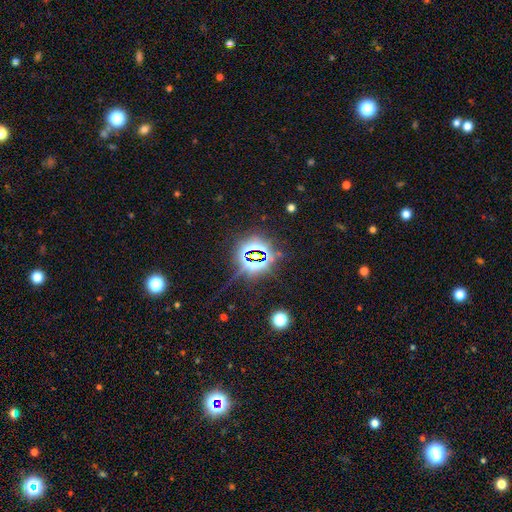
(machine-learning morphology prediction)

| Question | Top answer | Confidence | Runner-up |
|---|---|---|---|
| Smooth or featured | star or artifact | 82% | smooth (10%) |